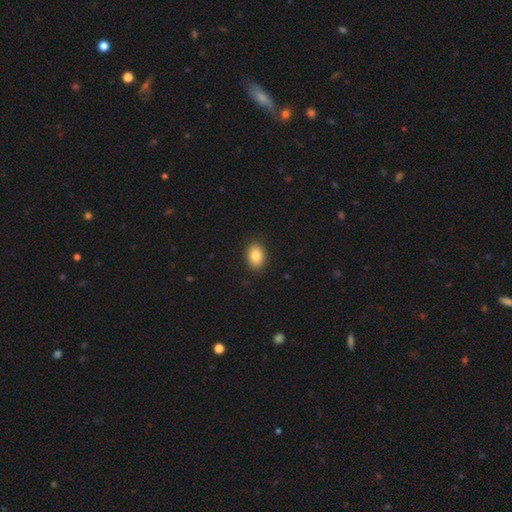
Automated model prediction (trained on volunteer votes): Smooth or featured?
  - smooth: 86% *
  - star or artifact: 8%
  - featured or disk: 6%
How rounded?
  - in between: 79% *
  - round: 20%
  - cigar-shaped: 1%
Merging?
  - none: 89% *
  - minor disturbance: 8%
  - major disturbance: 2%
  - merger: 1%